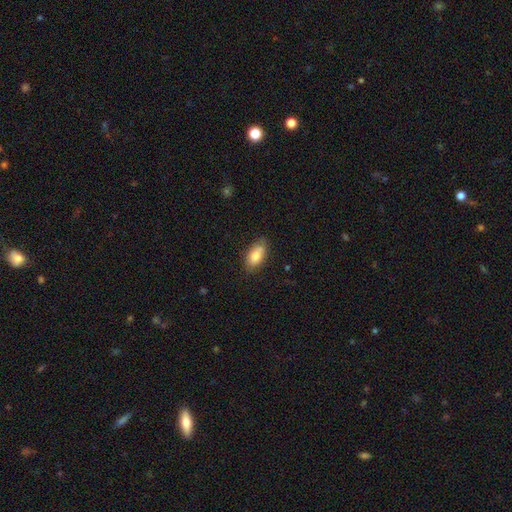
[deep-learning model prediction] Smooth or featured?
  - smooth: 81% *
  - featured or disk: 12%
  - star or artifact: 7%
How rounded?
  - in between: 91% *
  - cigar-shaped: 5%
  - round: 4%
Merging?
  - none: 77% *
  - minor disturbance: 19%
  - major disturbance: 3%
  - merger: 2%